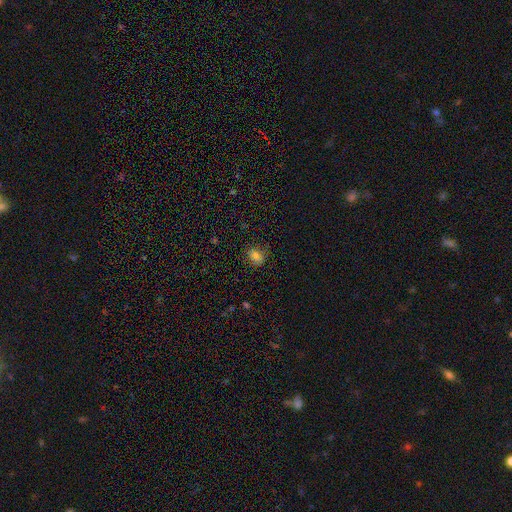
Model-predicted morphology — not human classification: smooth-or-featured: smooth: 74% | star or artifact: 17% | featured or disk: 9%
  how-rounded: in between: 59% | round: 38% | cigar-shaped: 2%
  merging: none: 78% | minor disturbance: 16% | major disturbance: 5% | merger: 1%